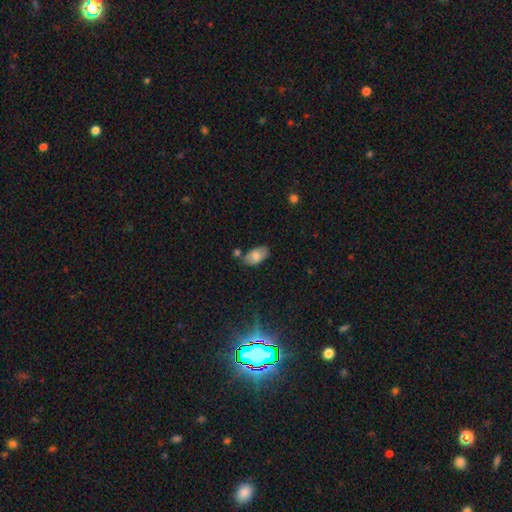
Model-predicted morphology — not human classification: The model was most divided on "smooth or featured": smooth: 66%, featured or disk: 25%, star or artifact: 9%. More confident: how rounded — in between (93%); merging — none (67%).